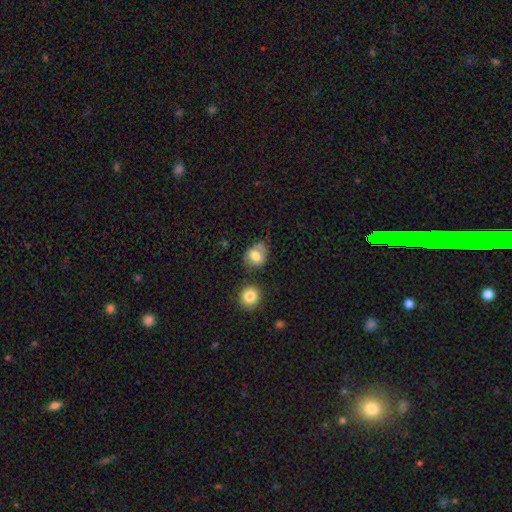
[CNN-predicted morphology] Smooth or featured? smooth (67%)
How rounded? round (55%)
Merging? none (54%)